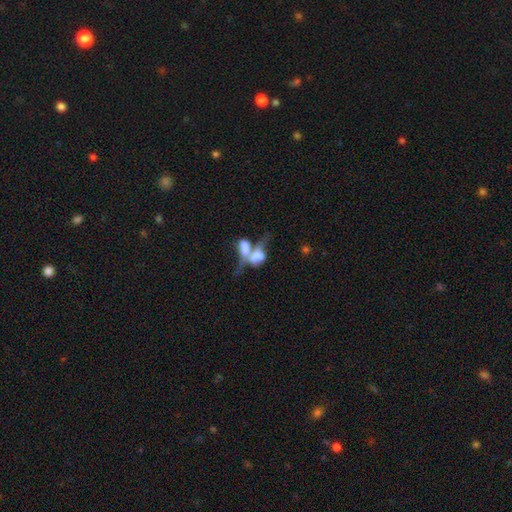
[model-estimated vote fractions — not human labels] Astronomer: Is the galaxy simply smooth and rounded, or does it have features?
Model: smooth — 53% (runner-up: featured or disk, 37%).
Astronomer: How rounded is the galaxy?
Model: in between — 76%.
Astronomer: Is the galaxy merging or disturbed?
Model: merger — 71%.